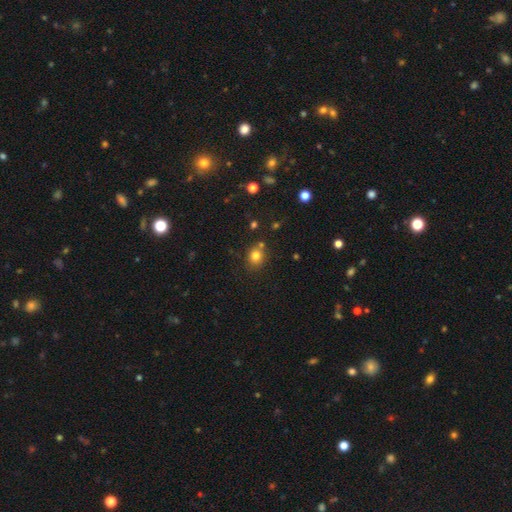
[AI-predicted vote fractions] The model was most divided on "how rounded": round: 75%, in between: 24%, cigar-shaped: 1%. More confident: smooth or featured — smooth (79%); merging — none (73%).